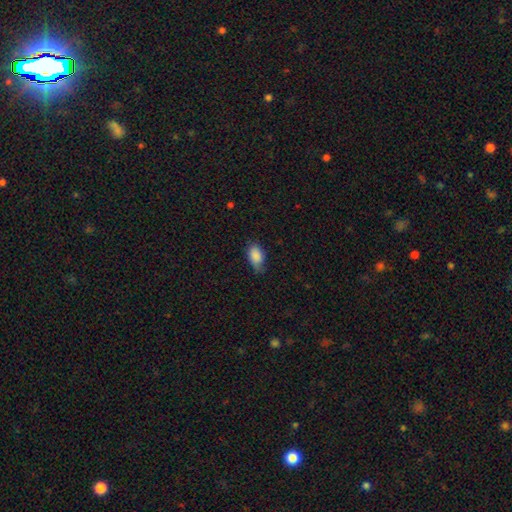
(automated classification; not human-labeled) smooth_or_featured: smooth (p=0.87) [alt: star or artifact p=0.07]
how_rounded: in between (p=0.89) [alt: round p=0.09]
merging: none (p=0.59) [alt: minor disturbance p=0.34]